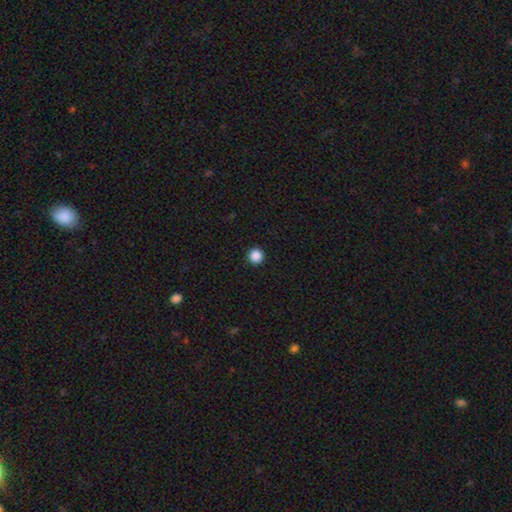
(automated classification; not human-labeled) The model was most divided on "smooth or featured": smooth: 87%, star or artifact: 10%, featured or disk: 2%. More confident: how rounded — round (96%); merging — none (94%).